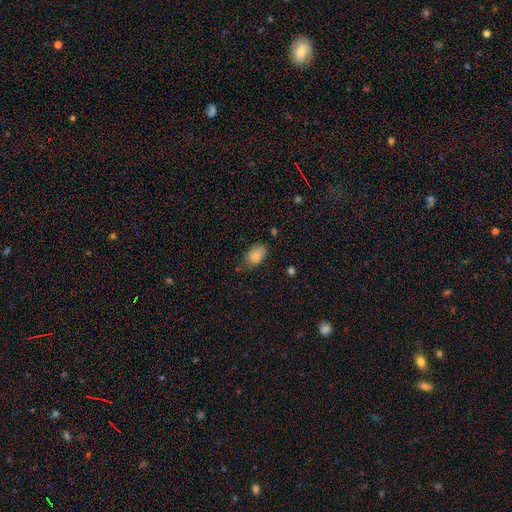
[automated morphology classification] Smooth or featured? Predicted: smooth (p=0.83). How rounded? Predicted: in between (p=0.88). Merging? Predicted: none (p=0.68).